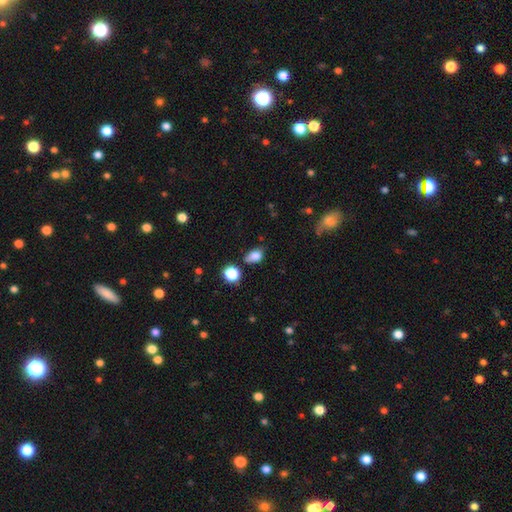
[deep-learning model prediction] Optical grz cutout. It shows a smooth galaxy with no disk features (80%) that is in between round and cigar-shaped (77%). Merging: none (59%).